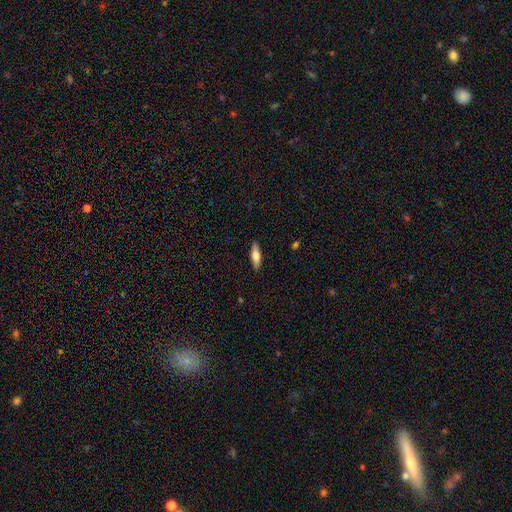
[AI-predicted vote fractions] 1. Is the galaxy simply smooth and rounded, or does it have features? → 60% smooth, 34% featured or disk, 6% star or artifact.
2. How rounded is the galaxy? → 57% cigar-shaped, 40% in between, 2% round.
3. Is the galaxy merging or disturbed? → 88% none, 9% minor disturbance, 2% major disturbance, 1% merger.